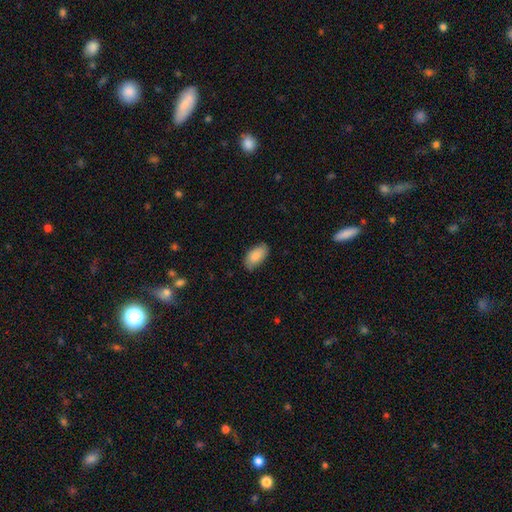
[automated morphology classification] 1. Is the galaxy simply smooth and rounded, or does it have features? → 86% smooth, 8% featured or disk, 6% star or artifact.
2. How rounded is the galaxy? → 94% in between, 3% cigar-shaped, 3% round.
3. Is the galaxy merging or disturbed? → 78% none, 17% minor disturbance, 3% major disturbance, 1% merger.